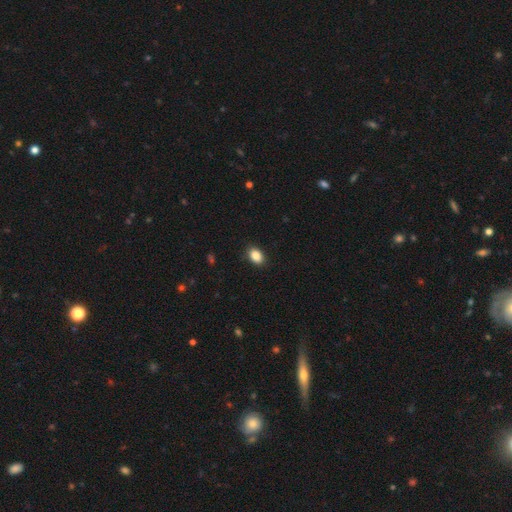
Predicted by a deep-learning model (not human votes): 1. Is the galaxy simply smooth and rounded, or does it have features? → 88% smooth, 8% star or artifact, 3% featured or disk.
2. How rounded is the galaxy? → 82% in between, 16% round, 1% cigar-shaped.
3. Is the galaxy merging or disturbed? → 88% none, 9% minor disturbance, 2% major disturbance, 1% merger.